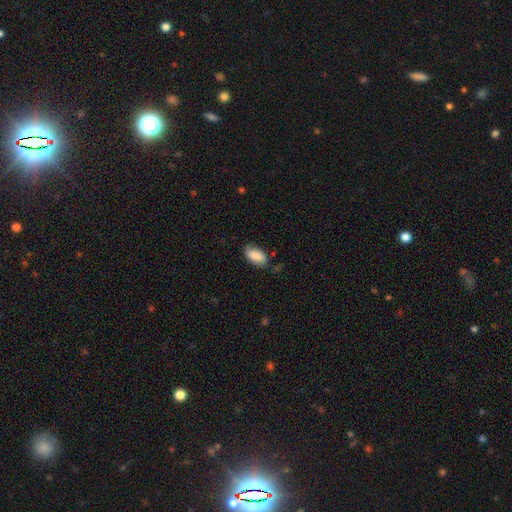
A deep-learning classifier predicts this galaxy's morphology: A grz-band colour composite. It shows a smooth galaxy with no disk features (86%) that is in between round and cigar-shaped (91%). Merging: none (74%).